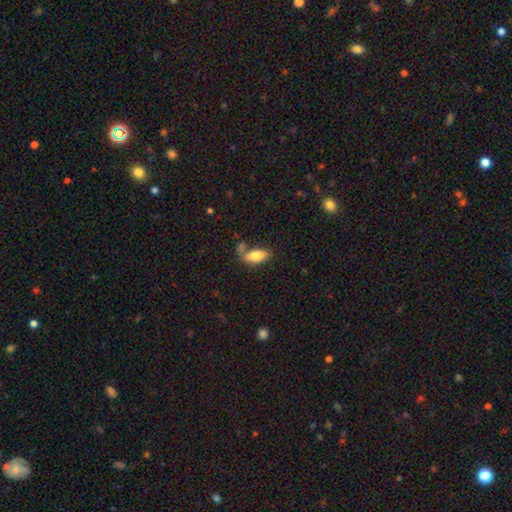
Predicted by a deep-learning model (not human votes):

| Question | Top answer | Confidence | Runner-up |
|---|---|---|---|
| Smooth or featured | smooth | 75% | featured or disk (18%) |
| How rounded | in between | 83% | cigar-shaped (14%) |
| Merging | none | 51% | merger (21%) |